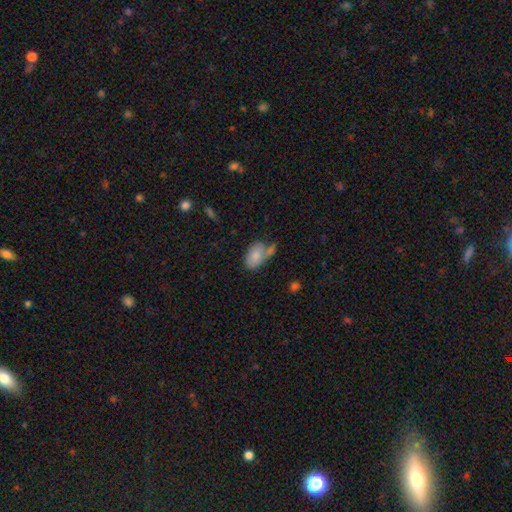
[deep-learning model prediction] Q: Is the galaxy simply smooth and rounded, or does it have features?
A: smooth — 83%.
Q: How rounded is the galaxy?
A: in between — 91%.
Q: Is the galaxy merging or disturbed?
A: none — 47%.